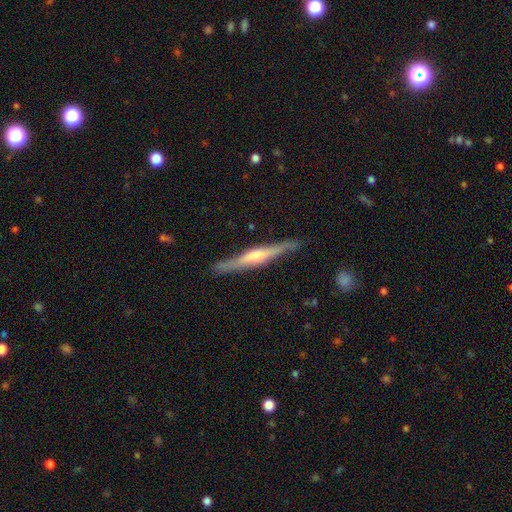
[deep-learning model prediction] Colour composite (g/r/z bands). It shows a featured or disk galaxy (77%) viewed edge-on (97%) with a rounded central bulge (72%). Merging: none (89%).